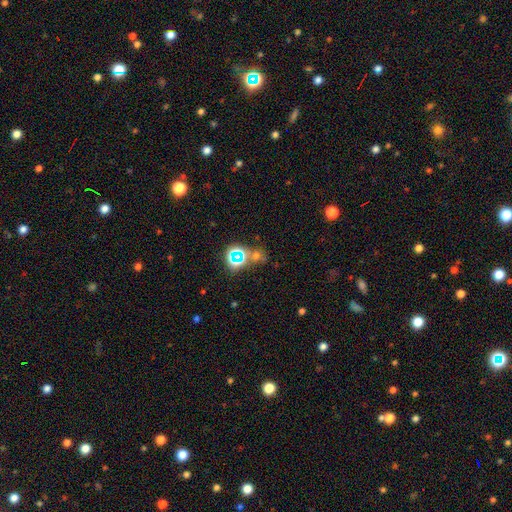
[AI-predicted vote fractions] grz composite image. It shows a star or artifact, not a galaxy (52%).